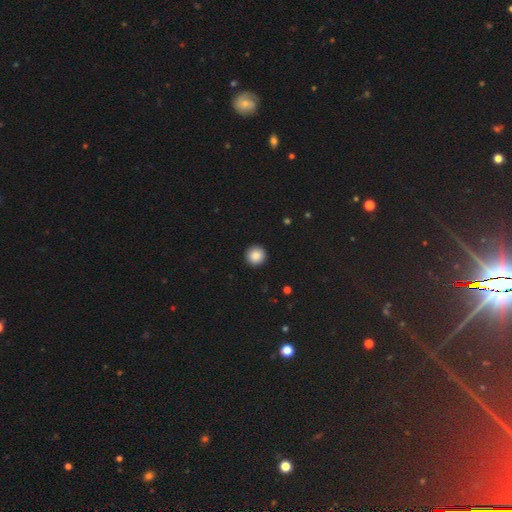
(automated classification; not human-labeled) smooth_or_featured: smooth (p=0.88) [alt: star or artifact p=0.09]
how_rounded: round (p=0.95) [alt: in between p=0.04]
merging: none (p=0.93) [alt: minor disturbance p=0.04]